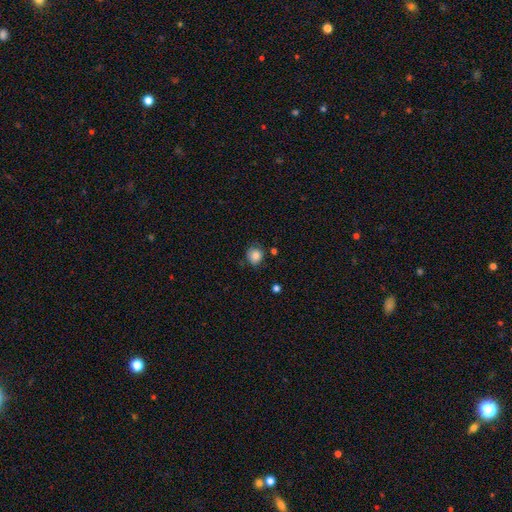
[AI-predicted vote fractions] A smooth galaxy with no disk features (82%) that is round (75%). Merging: none (69%).